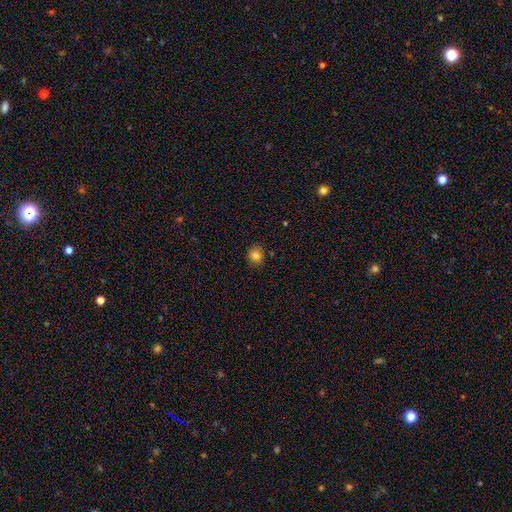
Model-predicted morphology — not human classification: Smooth or featured? Predicted: smooth (p=0.82). How rounded? Predicted: round (p=0.83). Merging? Predicted: none (p=0.87).